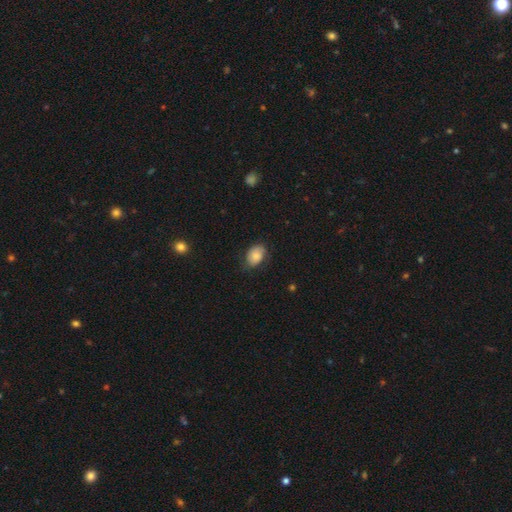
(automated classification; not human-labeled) smooth-or-featured: smooth: 77% | featured or disk: 15% | star or artifact: 8%
  how-rounded: in between: 80% | round: 19% | cigar-shaped: 1%
  merging: none: 70% | minor disturbance: 23% | major disturbance: 6% | merger: 1%